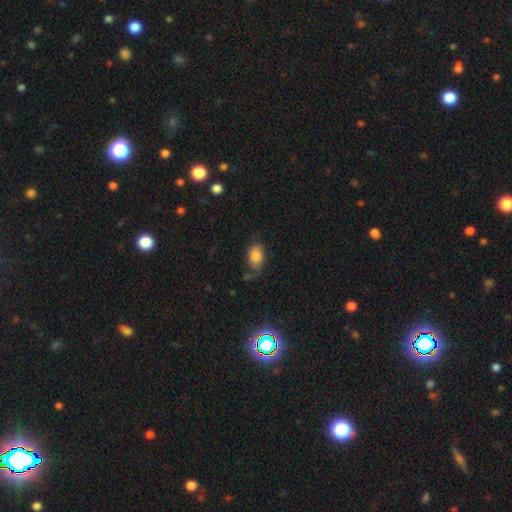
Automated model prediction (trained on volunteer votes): Smooth or featured: smooth — 75% (featured or disk — 16%)
How rounded: in between — 90% (round — 8%)
Merging: none — 51% (minor disturbance — 29%)